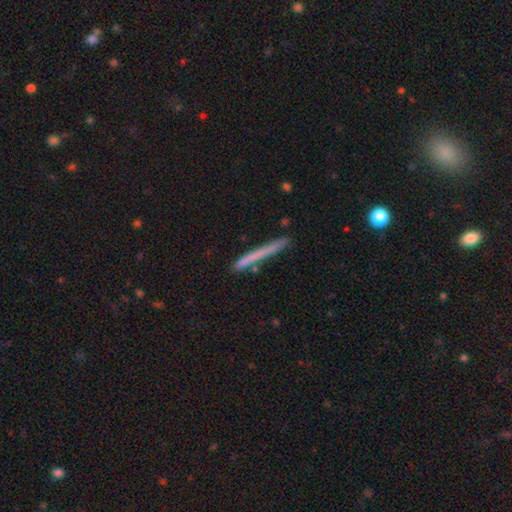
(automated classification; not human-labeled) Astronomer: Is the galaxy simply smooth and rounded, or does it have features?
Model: smooth — 60%.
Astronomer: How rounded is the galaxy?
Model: cigar-shaped — 97%.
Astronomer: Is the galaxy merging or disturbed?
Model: none — 85%.